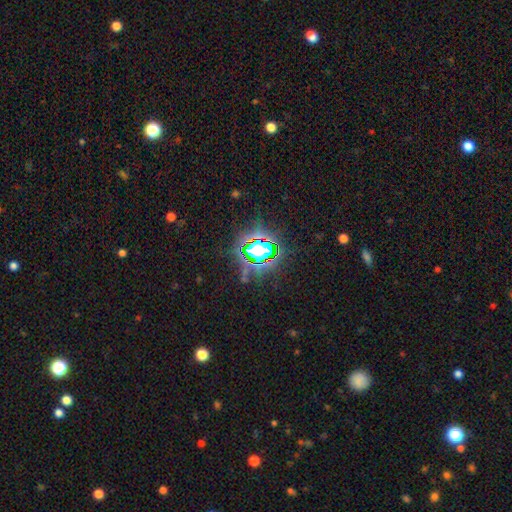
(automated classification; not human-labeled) Overall: star or artifact (82%).